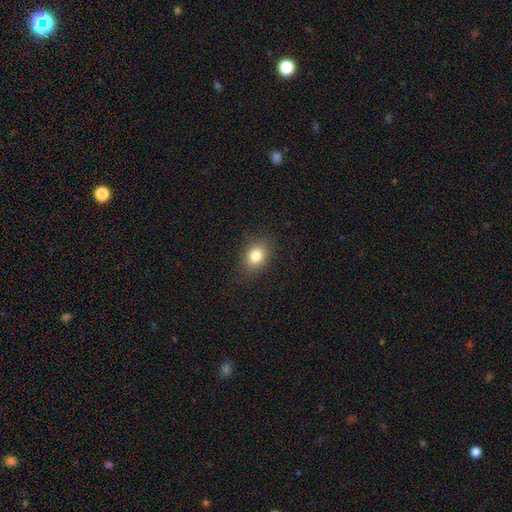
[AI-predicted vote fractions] Smooth or featured? smooth (81%)
How rounded? in between (52%)
Merging? none (84%)